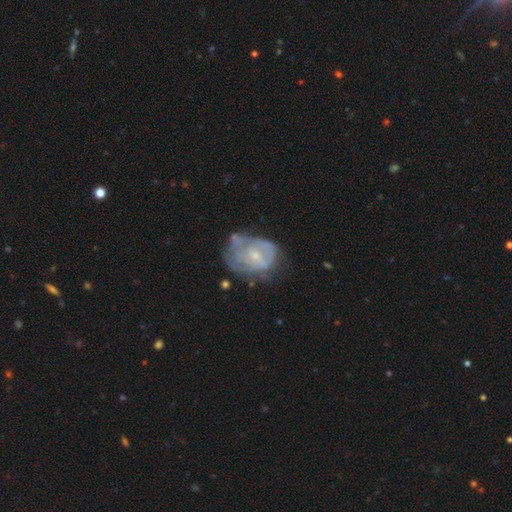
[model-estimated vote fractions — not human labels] featured or disk 66%, smooth 27%, star or artifact 8%. Down the decision tree: edge-on disk — no (97%); bar — no (64%); spiral arms — yes (56%); bulge size — small (68%); merging — none (38%).